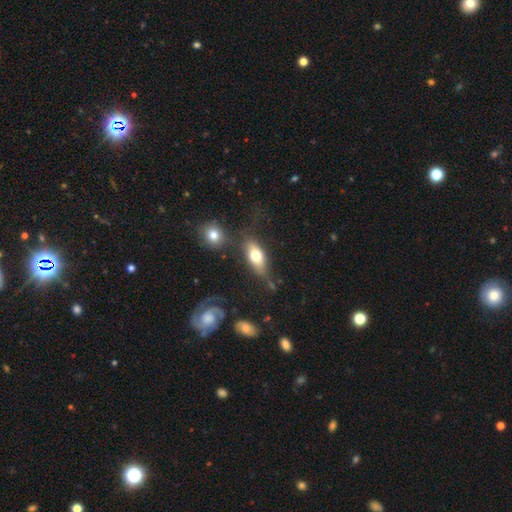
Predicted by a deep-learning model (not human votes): Smooth or featured? smooth (63%)
How rounded? in between (80%)
Merging? none (57%)